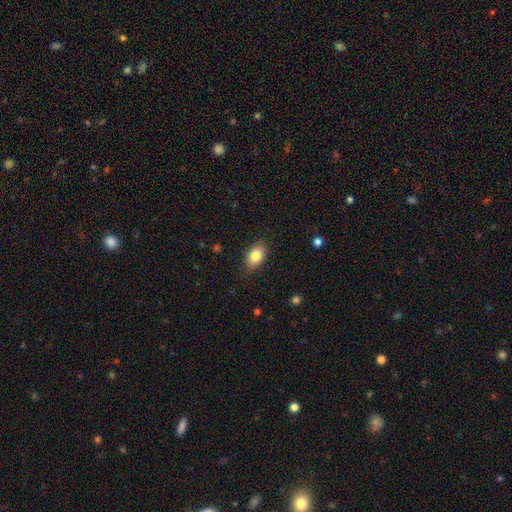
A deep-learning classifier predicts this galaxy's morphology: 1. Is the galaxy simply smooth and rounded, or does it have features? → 83% smooth, 9% featured or disk, 8% star or artifact.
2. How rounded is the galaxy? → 86% in between, 13% round, 2% cigar-shaped.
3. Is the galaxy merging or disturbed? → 85% none, 11% minor disturbance, 3% major disturbance, 1% merger.